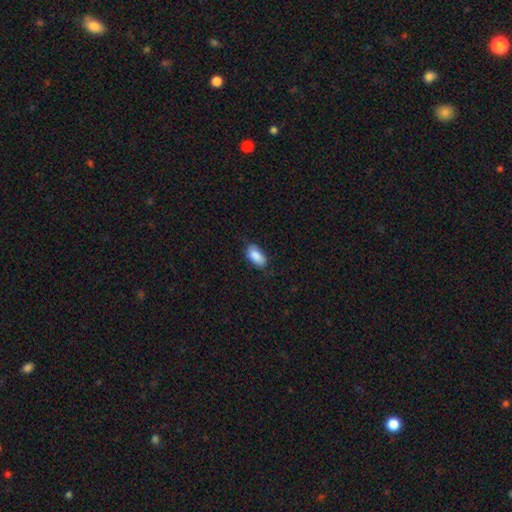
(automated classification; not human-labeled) smooth_or_featured: smooth (p=0.89) [alt: star or artifact p=0.06]
how_rounded: in between (p=0.92) [alt: cigar-shaped p=0.05]
merging: none (p=0.78) [alt: minor disturbance p=0.18]